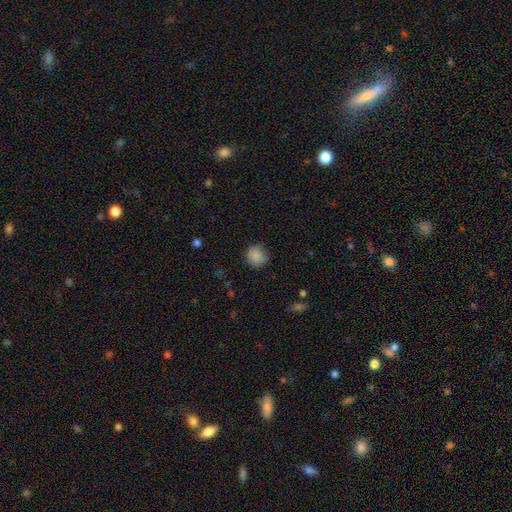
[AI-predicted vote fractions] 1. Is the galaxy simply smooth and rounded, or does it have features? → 86% smooth, 9% star or artifact, 5% featured or disk.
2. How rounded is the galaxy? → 87% round, 12% in between, 1% cigar-shaped.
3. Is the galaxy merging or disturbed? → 80% none, 15% minor disturbance, 4% major disturbance, 1% merger.